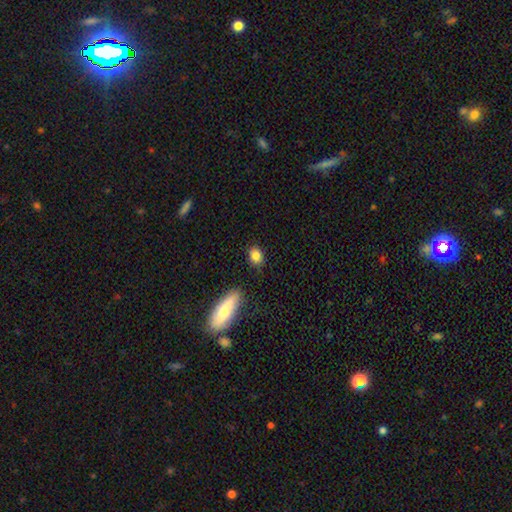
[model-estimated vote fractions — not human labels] Smooth or featured? Predicted: smooth (p=0.85). How rounded? Predicted: in between (p=0.56). Merging? Predicted: none (p=0.83).